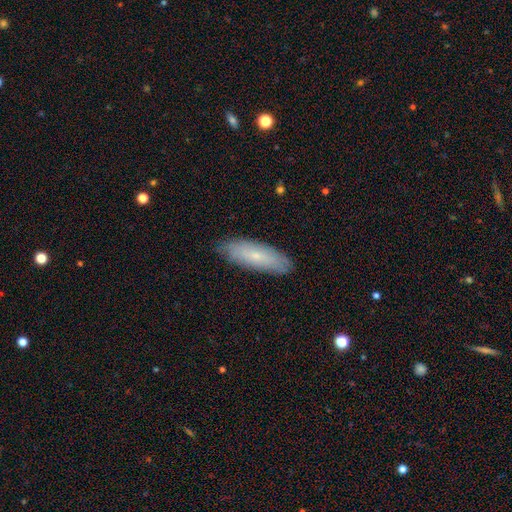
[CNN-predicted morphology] smooth-or-featured: smooth: 61% | featured or disk: 32% | star or artifact: 7%
  how-rounded: in between: 53% | cigar-shaped: 46% | round: 2%
  merging: none: 86% | minor disturbance: 11% | major disturbance: 2% | merger: 1%